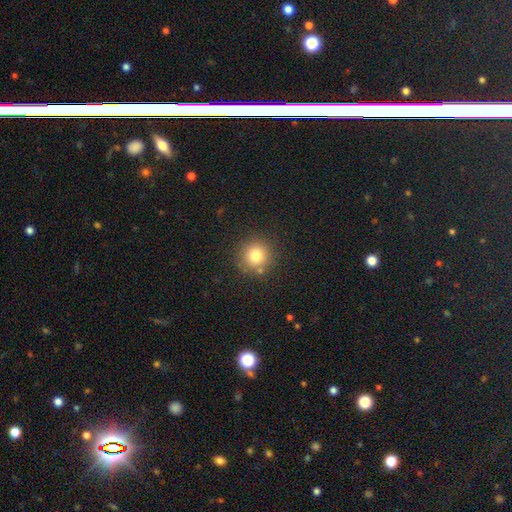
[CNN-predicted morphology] Smooth or featured: smooth — 78% (star or artifact — 14%)
How rounded: round — 94% (in between — 5%)
Merging: none — 84% (minor disturbance — 8%)